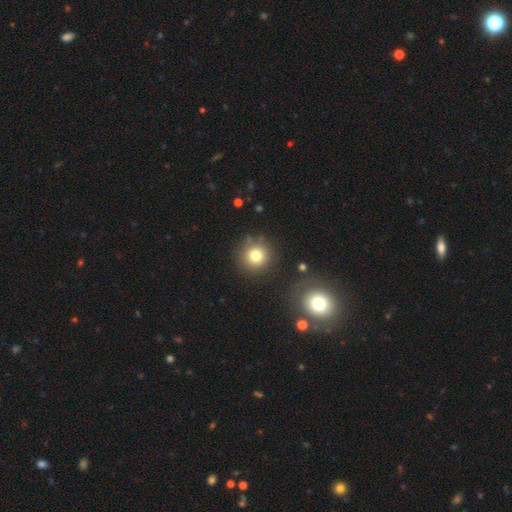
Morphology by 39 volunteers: Smooth or featured: smooth — 82% (featured or disk — 10%)
How rounded: round — 97% (in between — 3%)
Merging: none — 75% (minor disturbance — 14%)